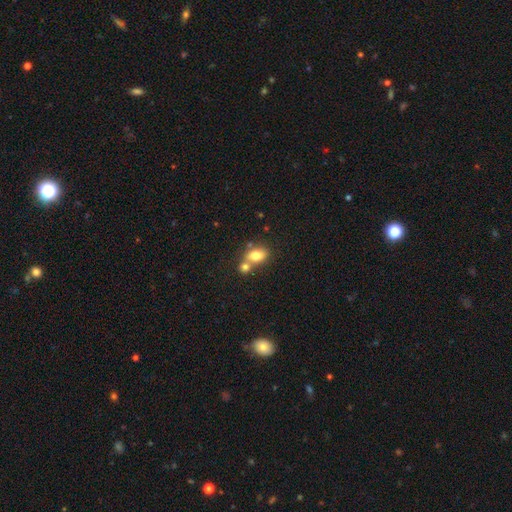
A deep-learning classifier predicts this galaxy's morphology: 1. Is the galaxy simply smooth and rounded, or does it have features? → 78% smooth, 13% featured or disk, 9% star or artifact.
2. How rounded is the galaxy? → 76% in between, 21% round, 3% cigar-shaped.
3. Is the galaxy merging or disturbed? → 49% merger, 38% none, 10% minor disturbance, 4% major disturbance.